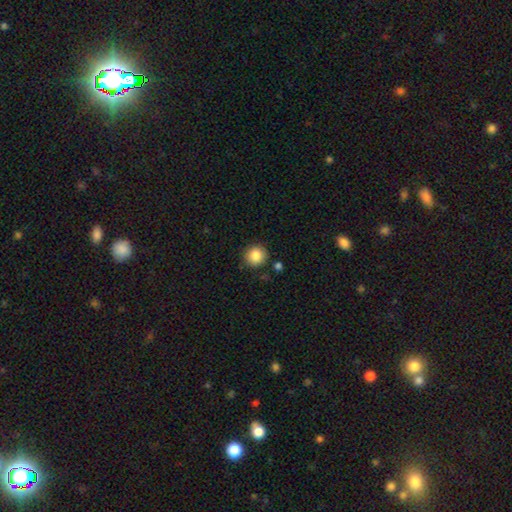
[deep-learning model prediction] smooth_or_featured: smooth (p=0.87) [alt: star or artifact p=0.09]
how_rounded: round (p=0.91) [alt: in between p=0.08]
merging: none (p=0.87) [alt: minor disturbance p=0.08]